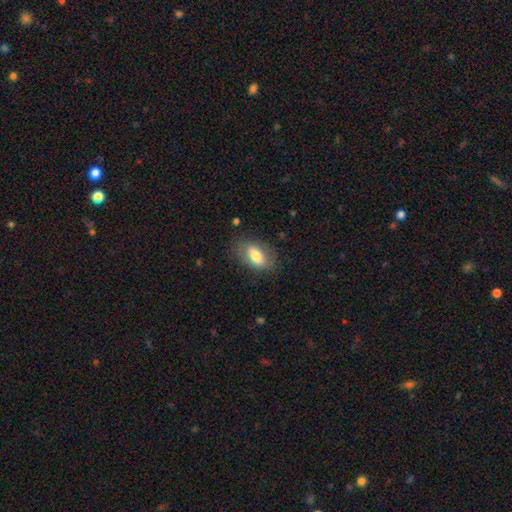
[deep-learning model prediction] This appears to be a smooth galaxy with no disk features (74%) that is in between round and cigar-shaped (90%). Merging: none (77%).